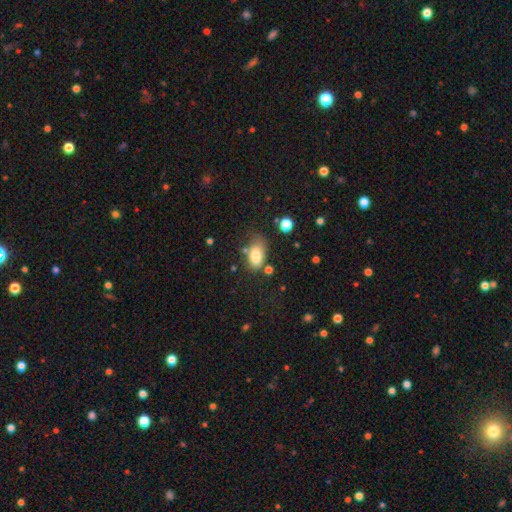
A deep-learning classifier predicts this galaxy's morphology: A smooth galaxy with no disk features (80%) that is in between round and cigar-shaped (90%).

Vote fractions:
- Smooth or featured? smooth: 80% / featured or disk: 11% / star or artifact: 9%
- How rounded? in between: 90% / round: 6% / cigar-shaped: 3%
- Merging? none: 50% / minor disturbance: 28% / major disturbance: 12% / merger: 10%